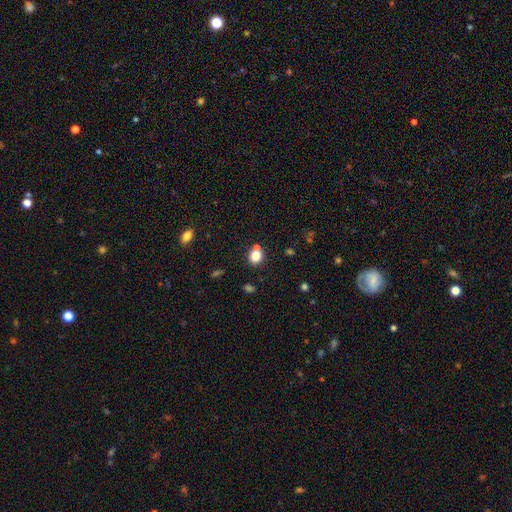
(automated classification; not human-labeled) This appears to be a smooth galaxy with no disk features (80%) that is round (75%). Merging: none (70%).